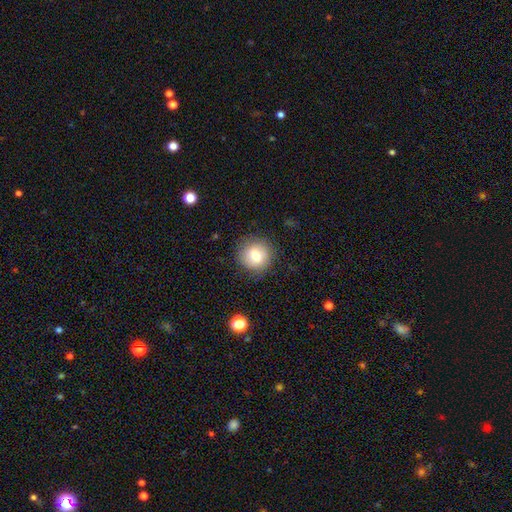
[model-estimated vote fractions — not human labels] smooth-or-featured: smooth: 78% | featured or disk: 12% | star or artifact: 9%
  how-rounded: round: 90% | in between: 9% | cigar-shaped: 1%
  merging: none: 84% | minor disturbance: 11% | major disturbance: 3% | merger: 1%